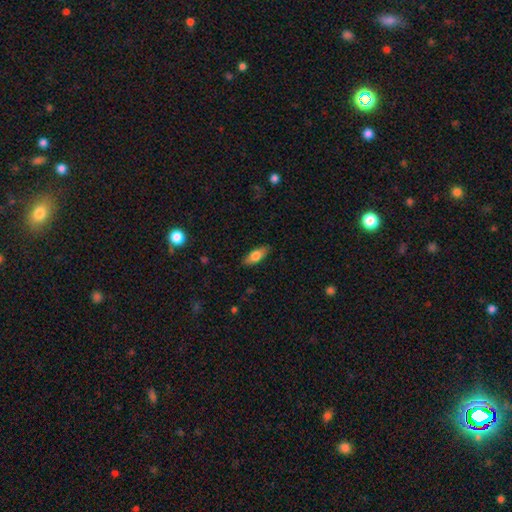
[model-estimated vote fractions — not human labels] Smooth or featured?
  - smooth: 72% *
  - featured or disk: 21%
  - star or artifact: 7%
How rounded?
  - in between: 79% *
  - cigar-shaped: 18%
  - round: 3%
Merging?
  - none: 84% *
  - minor disturbance: 12%
  - major disturbance: 3%
  - merger: 1%